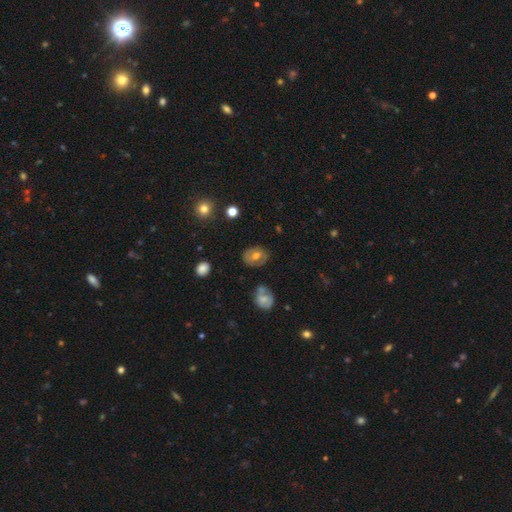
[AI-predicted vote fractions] Smooth or featured: smooth — 54% (featured or disk — 37%)
How rounded: in between — 53% (round — 46%)
Merging: none — 74% (minor disturbance — 17%)